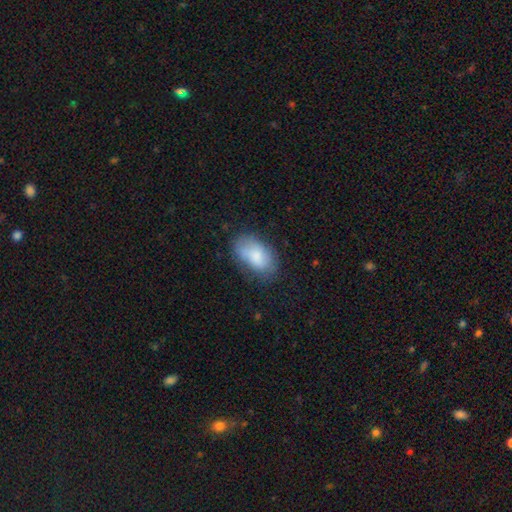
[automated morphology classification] Smooth or featured: smooth — 79% (featured or disk — 14%)
How rounded: in between — 93% (round — 5%)
Merging: none — 64% (minor disturbance — 25%)